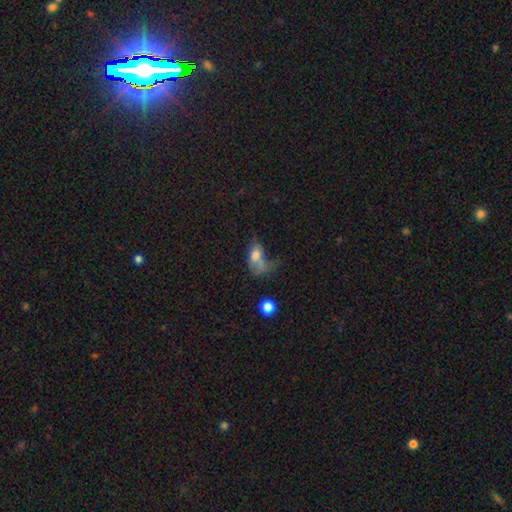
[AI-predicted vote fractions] Overall: smooth (62%; featured or disk 25%). How rounded: in between (78%). Merging: major disturbance (41%; merger 22%).